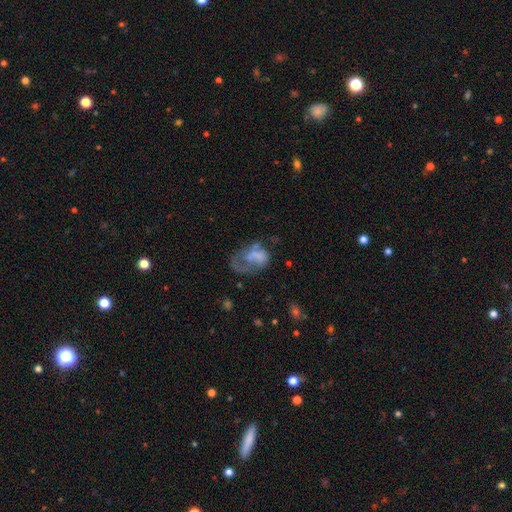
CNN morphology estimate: Overall: smooth (45%; featured or disk 44%). Merging: major disturbance (49%; none 22%).